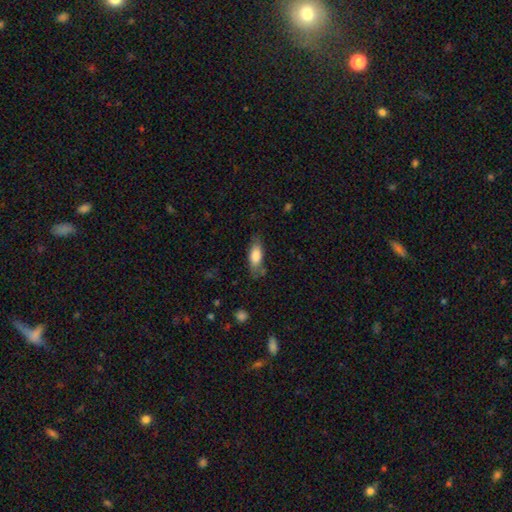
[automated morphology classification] A smooth galaxy with no disk features (78%) that is in between round and cigar-shaped (75%). Merging: none (71%).